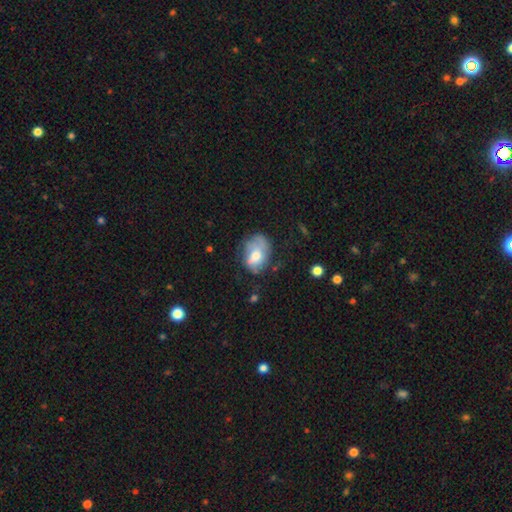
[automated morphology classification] This is likely a smooth galaxy (61%). How rounded: likely in between (71%). Merging: marginally none (44%).